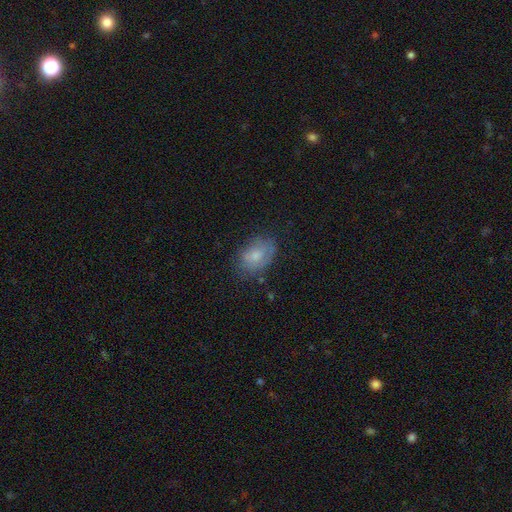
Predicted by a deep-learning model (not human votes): Smooth or featured: smooth — 67% (featured or disk — 24%)
How rounded: in between — 83% (round — 15%)
Merging: none — 64% (minor disturbance — 25%)